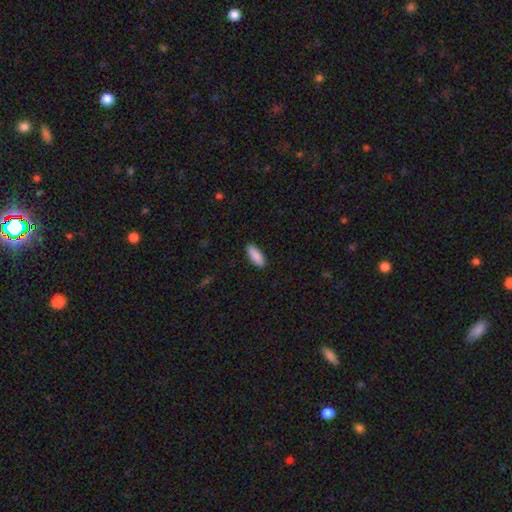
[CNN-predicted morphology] Smooth or featured? smooth (90%)
How rounded? in between (78%)
Merging? none (88%)